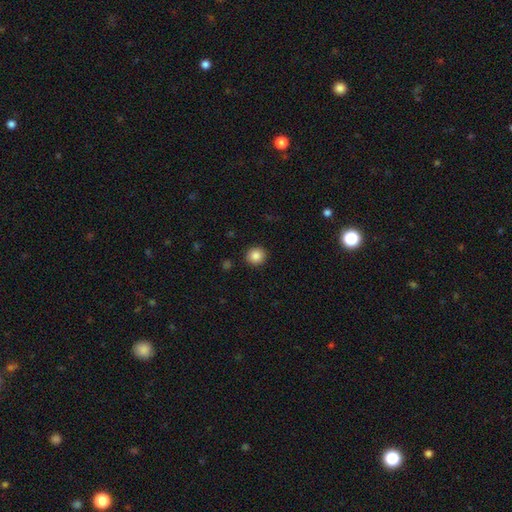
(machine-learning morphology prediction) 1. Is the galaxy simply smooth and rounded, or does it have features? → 86% smooth, 10% star or artifact, 4% featured or disk.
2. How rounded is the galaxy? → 92% round, 7% in between, 1% cigar-shaped.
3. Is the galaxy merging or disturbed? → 92% none, 5% minor disturbance, 2% major disturbance, 1% merger.